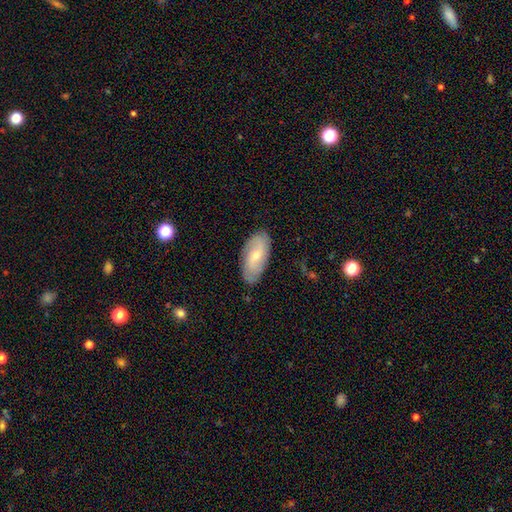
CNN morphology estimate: featured or disk 55%, smooth 38%, star or artifact 7%. Down the decision tree: edge-on disk — no (90%); bar — no (53%); spiral arms — yes (80%); bulge size — small (63%); merging — none (82%).